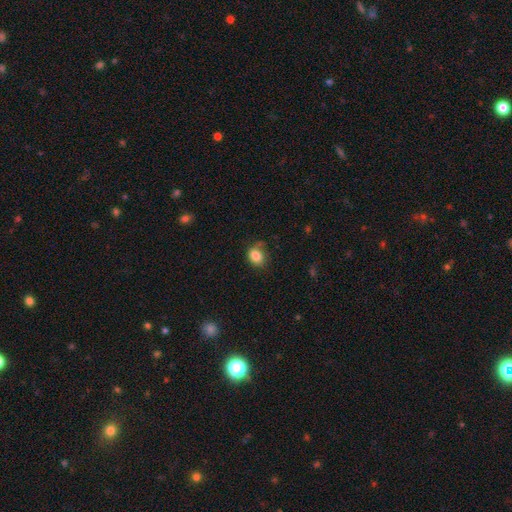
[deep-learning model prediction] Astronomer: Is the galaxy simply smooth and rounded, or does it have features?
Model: smooth — 85%.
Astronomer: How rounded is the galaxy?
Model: round — 50% (runner-up: in between, 49%).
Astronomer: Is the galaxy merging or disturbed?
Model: none — 69%.